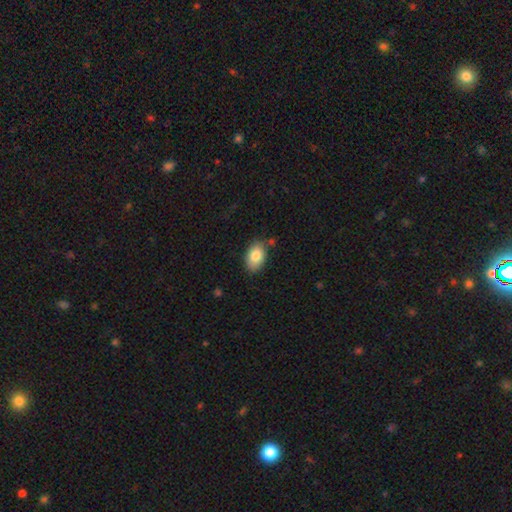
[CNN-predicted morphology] smooth_or_featured: smooth (p=0.82) [alt: featured or disk p=0.11]
how_rounded: in between (p=0.89) [alt: round p=0.10]
merging: none (p=0.80) [alt: minor disturbance p=0.15]